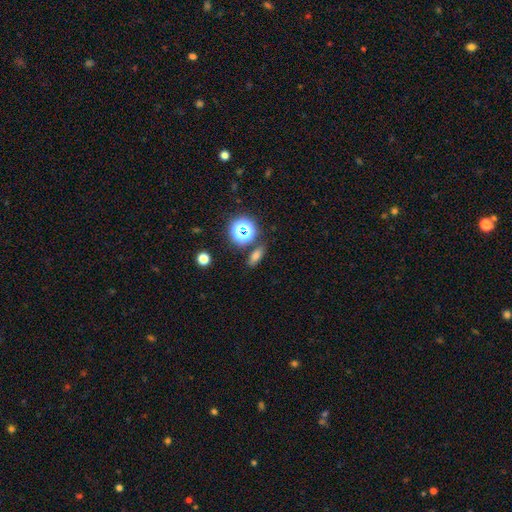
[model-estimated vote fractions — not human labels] The model was most divided on "how rounded": in between: 62%, cigar-shaped: 20%, round: 18%. More confident: merging — none (82%); smooth or featured — smooth (65%).